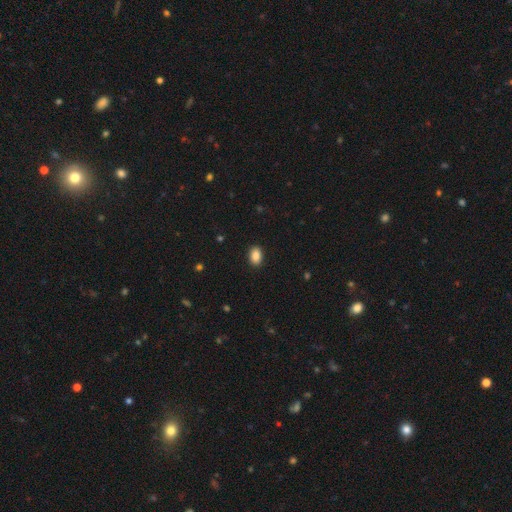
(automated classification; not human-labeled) A smooth galaxy with no disk features (88%) that is in between round and cigar-shaped (83%). Merging: none (90%).